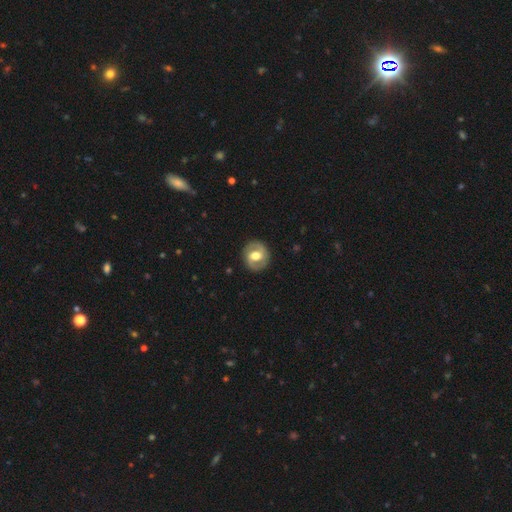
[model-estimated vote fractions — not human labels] Smooth or featured?
  - featured or disk: 68% *
  - smooth: 26%
  - star or artifact: 5%
Edge-on disk?
  - no: 97% *
  - yes: 3%
Bar?
  - weak: 45% *
  - no: 35%
  - strong: 21%
Spiral arms?
  - yes: 74% *
  - no: 26%
Bulge size?
  - moderate: 64% *
  - large: 28%
  - small: 6%
  - dominant: 1%
  - none: 1%
Merging?
  - none: 86% *
  - minor disturbance: 10%
  - major disturbance: 3%
  - merger: 1%